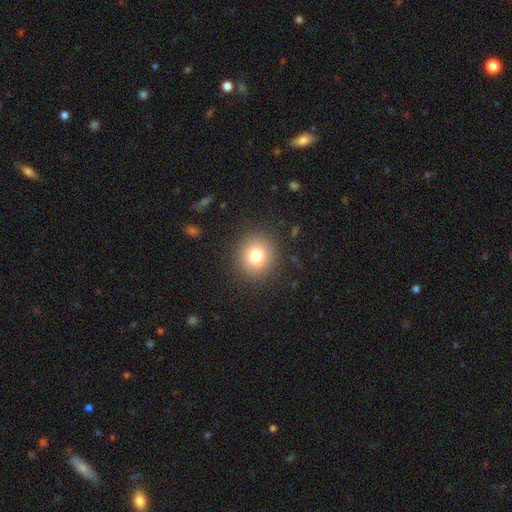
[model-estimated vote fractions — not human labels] Smooth or featured: smooth — 78% (star or artifact — 12%)
How rounded: round — 89% (in between — 10%)
Merging: none — 89% (minor disturbance — 7%)